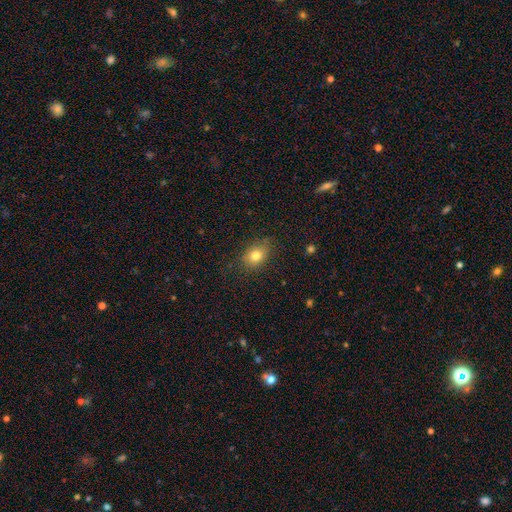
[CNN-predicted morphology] A smooth galaxy with no disk features (79%) that is in between round and cigar-shaped (69%). Merging: none (80%).